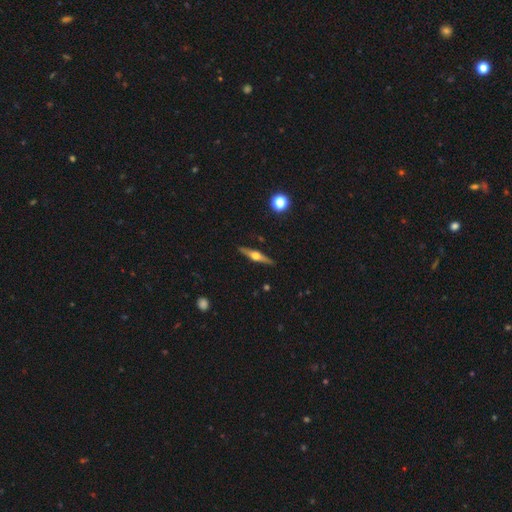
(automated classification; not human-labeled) A featured or disk galaxy (73%) viewed edge-on (97%) with a rounded central bulge (95%). Merging: none (90%).